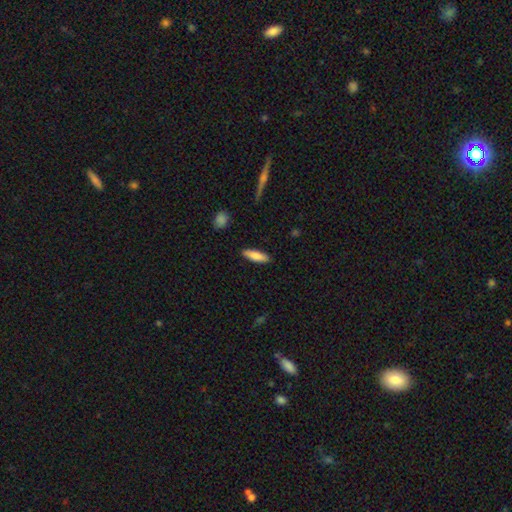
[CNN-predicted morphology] type=smooth (85%); roundness=cigar-shaped (50%); merging=none (88%).